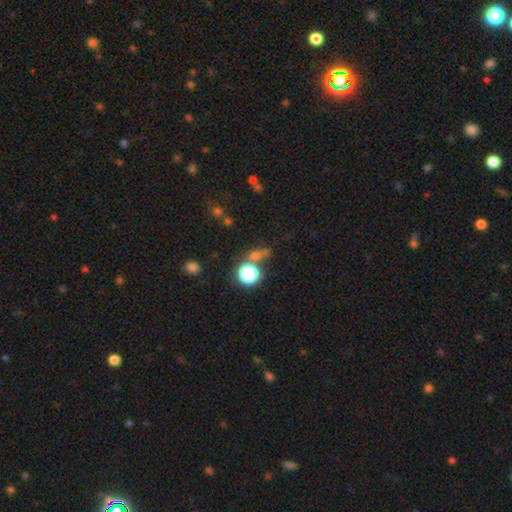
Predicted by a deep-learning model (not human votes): Smooth or featured? star or artifact (46%)